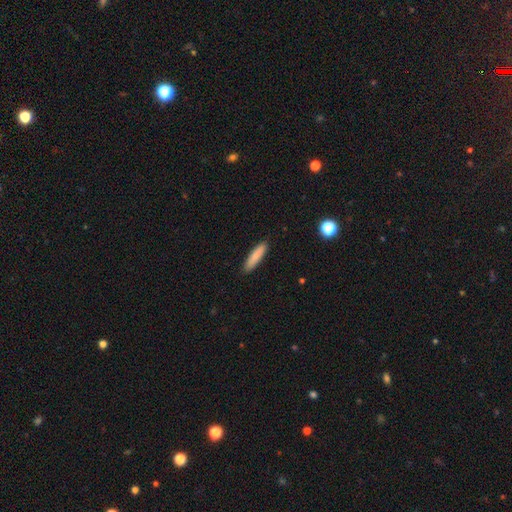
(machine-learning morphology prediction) The model was most divided on "how rounded": cigar-shaped: 78%, in between: 20%, round: 1%. More confident: merging — none (89%); smooth or featured — smooth (85%).